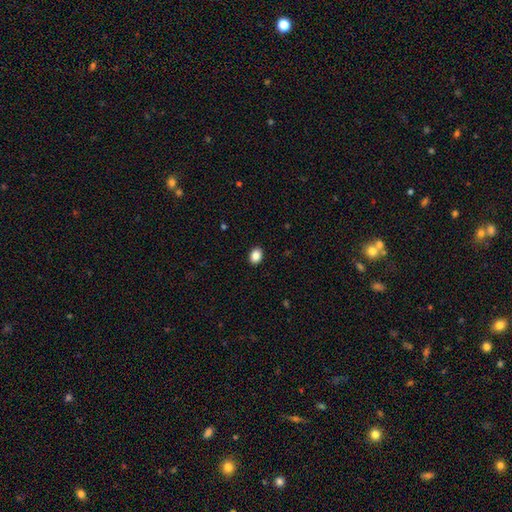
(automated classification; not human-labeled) The model was most divided on "how rounded": in between: 64%, round: 35%, cigar-shaped: 1%. More confident: merging — none (91%); smooth or featured — smooth (87%).